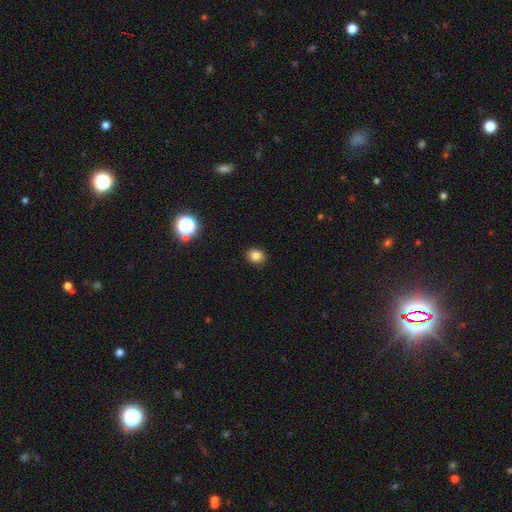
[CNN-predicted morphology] Overall: smooth (82%). How rounded: round (66%; in between 33%). Merging: none (90%).